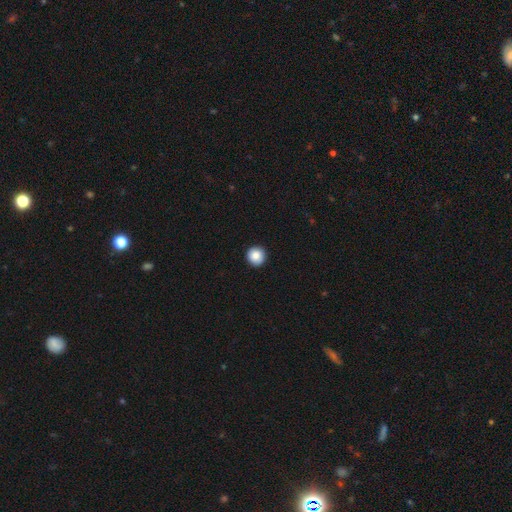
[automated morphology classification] Overall: smooth (86%). How rounded: round (95%). Merging: none (92%).